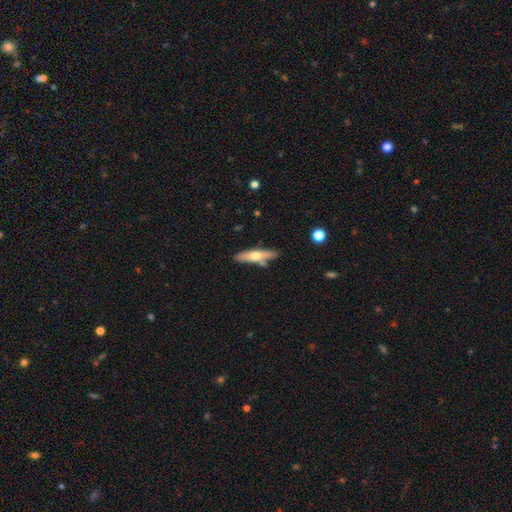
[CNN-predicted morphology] Smooth or featured: smooth — 49% (featured or disk — 45%)
Merging: none — 72% (minor disturbance — 15%)